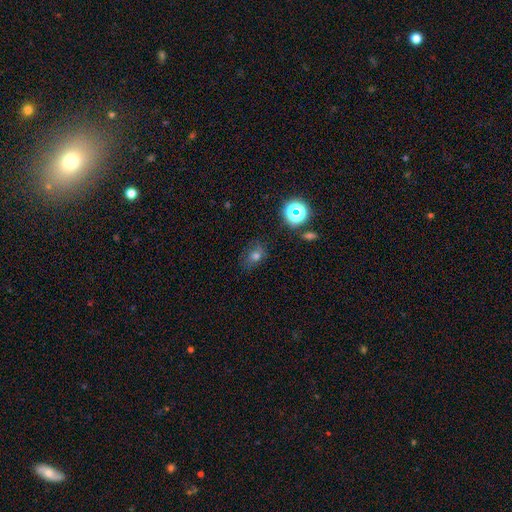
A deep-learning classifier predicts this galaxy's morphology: Smooth or featured? smooth (66%)
How rounded? in between (60%)
Merging? none (68%)